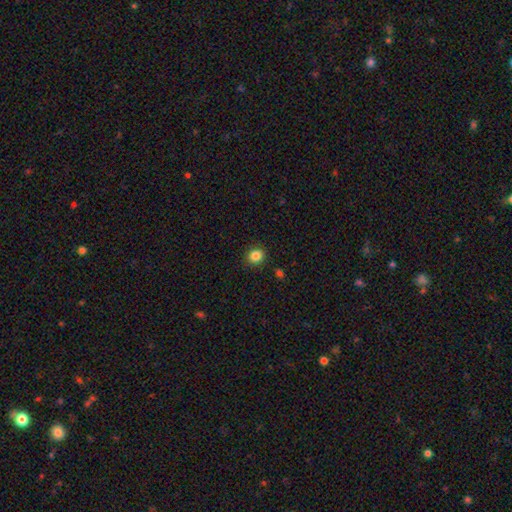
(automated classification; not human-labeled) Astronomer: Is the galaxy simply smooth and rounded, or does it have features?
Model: smooth — 85%.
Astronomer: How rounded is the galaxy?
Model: round — 77%.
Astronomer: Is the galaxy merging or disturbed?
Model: none — 90%.